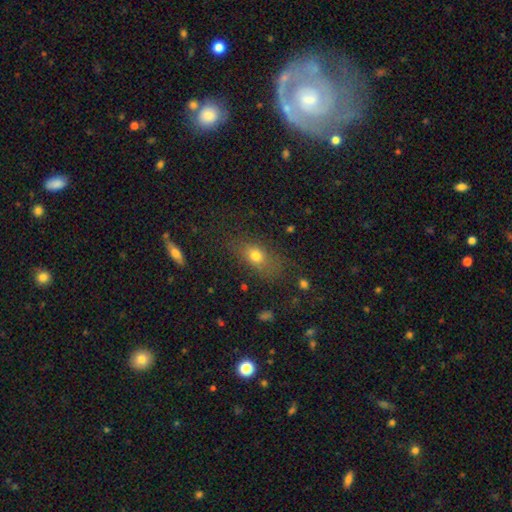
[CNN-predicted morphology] This appears to be a smooth galaxy with no disk features (73%) that is in between round and cigar-shaped (66%). Merging: none (66%).